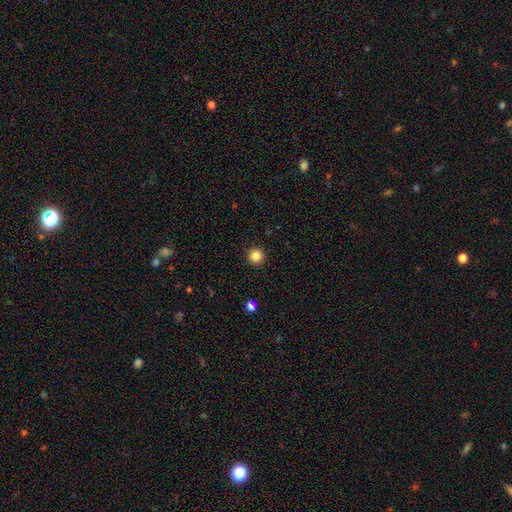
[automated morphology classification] This is clearly a smooth galaxy (85%). How rounded: clearly round (96%). Merging: clearly none (93%).